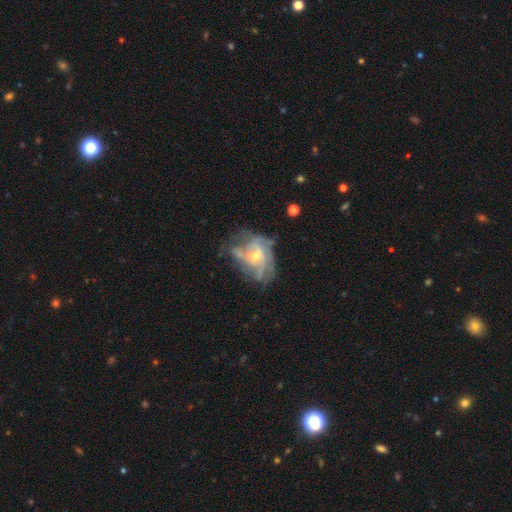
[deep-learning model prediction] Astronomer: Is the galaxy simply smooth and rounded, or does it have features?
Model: featured or disk — 75%.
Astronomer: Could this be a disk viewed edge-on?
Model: no — 97%.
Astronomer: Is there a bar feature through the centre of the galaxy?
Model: no — 69%.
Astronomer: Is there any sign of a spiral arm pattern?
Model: yes — 69%.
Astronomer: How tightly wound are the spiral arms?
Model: medium — 40% (runner-up: tight, 38%).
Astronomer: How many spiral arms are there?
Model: can't tell — 48%.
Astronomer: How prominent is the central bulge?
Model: small — 62%.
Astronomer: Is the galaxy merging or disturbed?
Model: none — 41% (runner-up: major disturbance, 29%).